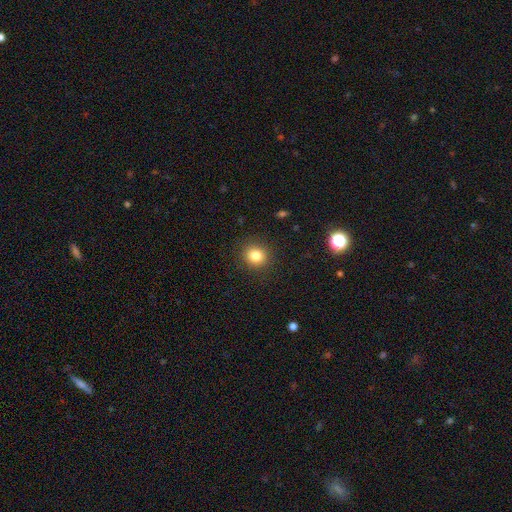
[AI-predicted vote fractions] smooth 83%, star or artifact 11%, featured or disk 6%. Down the decision tree: how rounded — round (86%); merging — none (89%).